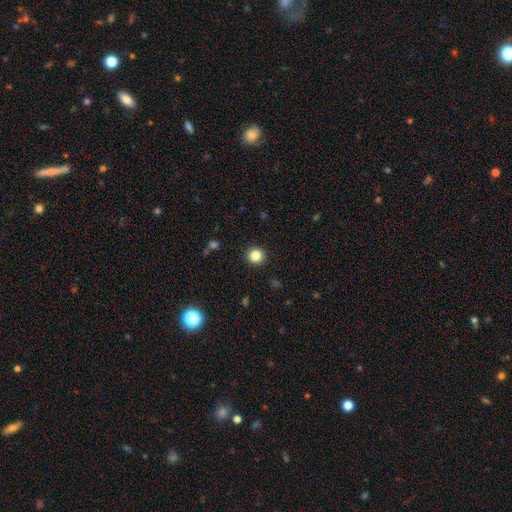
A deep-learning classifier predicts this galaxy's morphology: A smooth galaxy with no disk features (84%) that is round (93%). Merging: none (92%).